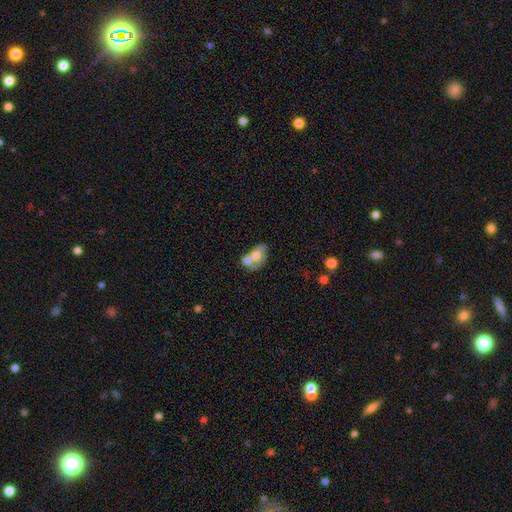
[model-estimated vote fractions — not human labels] This is possibly a smooth galaxy (53%). How rounded: clearly in between (83%). Merging: likely merger (61%).